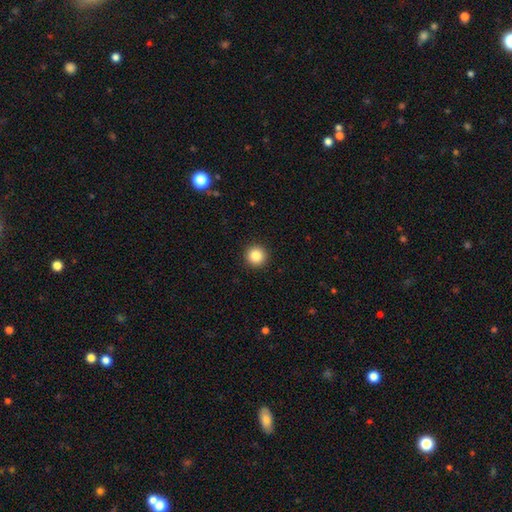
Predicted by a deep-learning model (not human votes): smooth_or_featured: smooth (p=0.86) [alt: star or artifact p=0.10]
how_rounded: round (p=0.96) [alt: in between p=0.03]
merging: none (p=0.93) [alt: minor disturbance p=0.04]